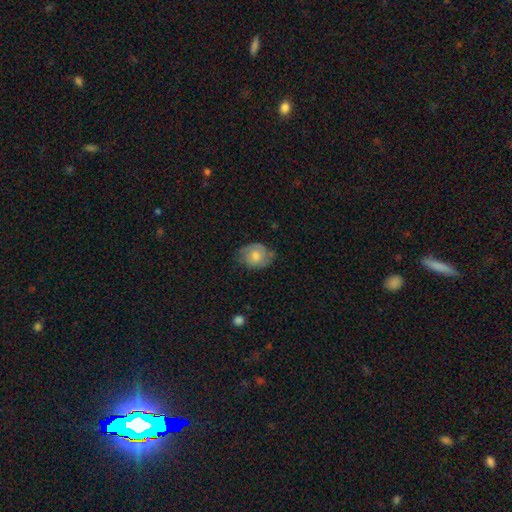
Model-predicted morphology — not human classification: smooth_or_featured: smooth (p=0.55) [alt: featured or disk p=0.38]
how_rounded: in between (p=0.52) [alt: round p=0.47]
merging: none (p=0.59) [alt: minor disturbance p=0.30]